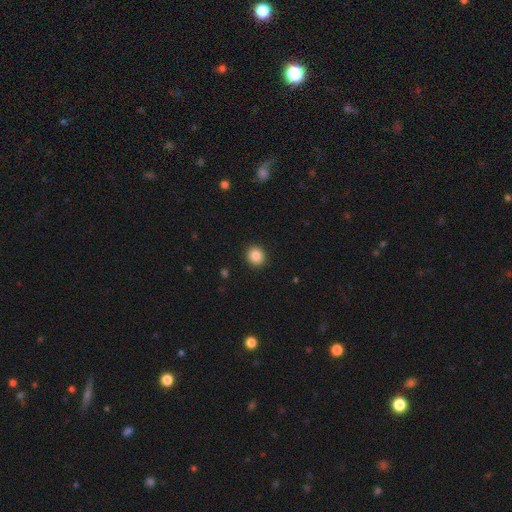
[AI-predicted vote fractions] smooth 87%, star or artifact 9%, featured or disk 4%. Down the decision tree: how rounded — round (86%); merging — none (92%).